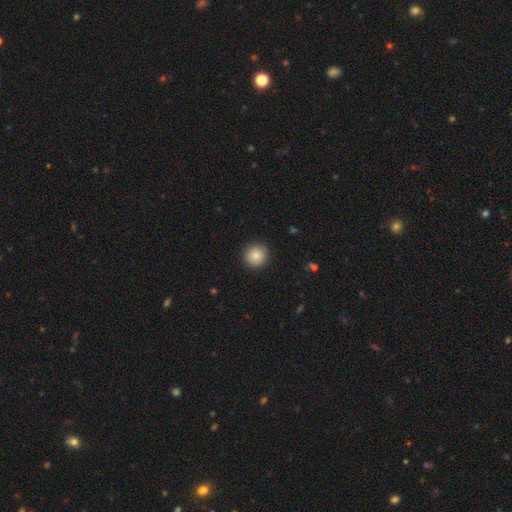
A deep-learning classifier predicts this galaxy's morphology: Overall: smooth (85%). How rounded: round (94%). Merging: none (91%).